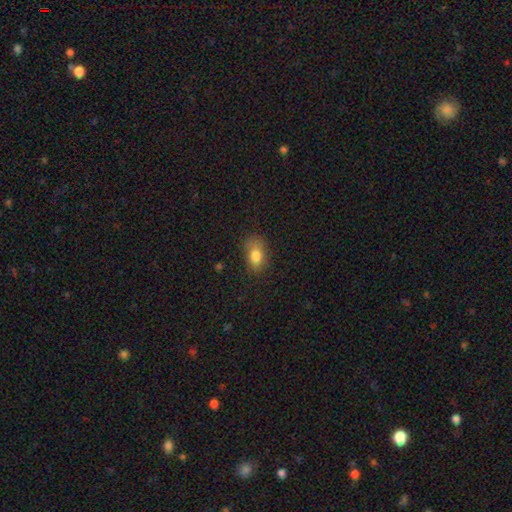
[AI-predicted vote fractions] smooth-or-featured: smooth: 81% | featured or disk: 10% | star or artifact: 9%
  how-rounded: in between: 81% | round: 17% | cigar-shaped: 2%
  merging: none: 66% | minor disturbance: 24% | major disturbance: 8% | merger: 2%